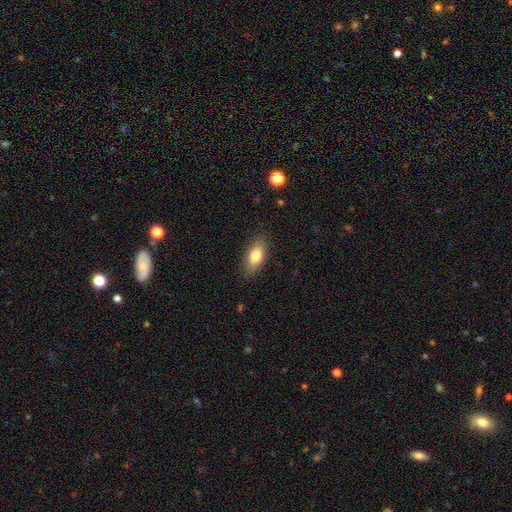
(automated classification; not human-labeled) Smooth or featured: smooth — 78% (featured or disk — 15%)
How rounded: in between — 81% (cigar-shaped — 15%)
Merging: none — 85% (minor disturbance — 11%)